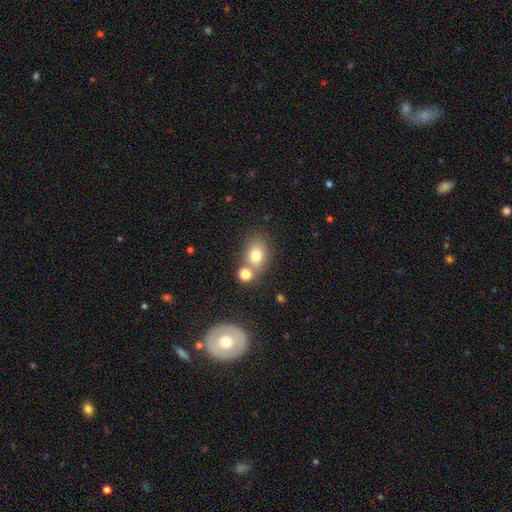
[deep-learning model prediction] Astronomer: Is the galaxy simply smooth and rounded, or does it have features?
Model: smooth — 76%.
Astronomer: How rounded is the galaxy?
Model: in between — 62%.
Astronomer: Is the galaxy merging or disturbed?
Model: none — 57%.